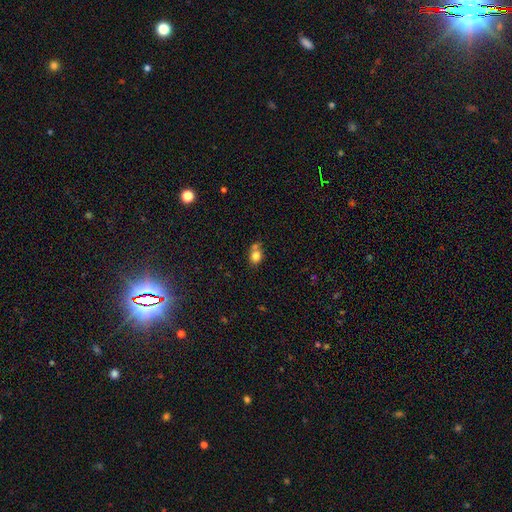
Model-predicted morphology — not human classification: smooth-or-featured: smooth: 80% | star or artifact: 11% | featured or disk: 9%
  how-rounded: round: 55% | in between: 44% | cigar-shaped: 1%
  merging: none: 47% | merger: 32% | minor disturbance: 15% | major disturbance: 6%